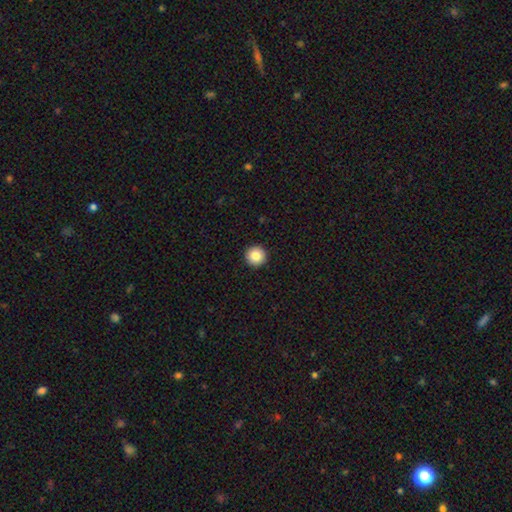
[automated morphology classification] Smooth or featured? smooth (85%)
How rounded? round (96%)
Merging? none (94%)